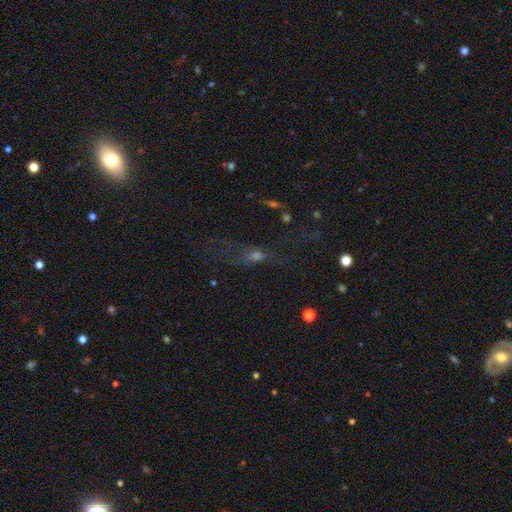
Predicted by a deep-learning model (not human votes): Smooth or featured: smooth — 36% (featured or disk — 34%)
Merging: none — 44% (major disturbance — 33%)